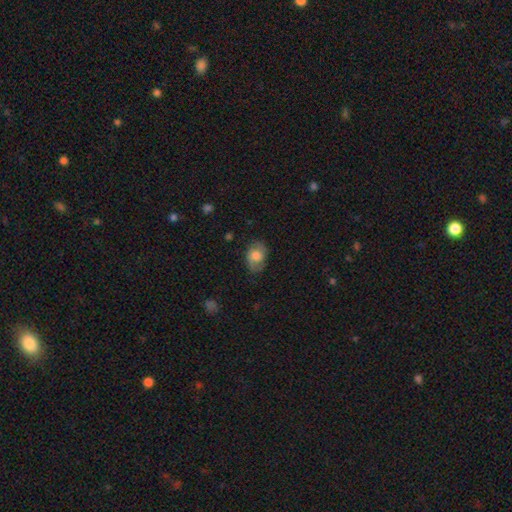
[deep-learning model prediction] This appears to be a smooth galaxy with no disk features (56%) that is in between round and cigar-shaped (72%). Merging: none (72%).